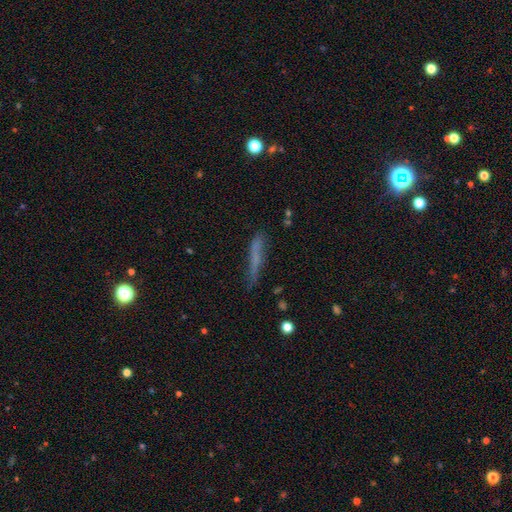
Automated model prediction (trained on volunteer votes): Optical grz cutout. It shows a smooth galaxy with no disk features (56%) that is cigar-shaped (92%). Merging: none (65%).